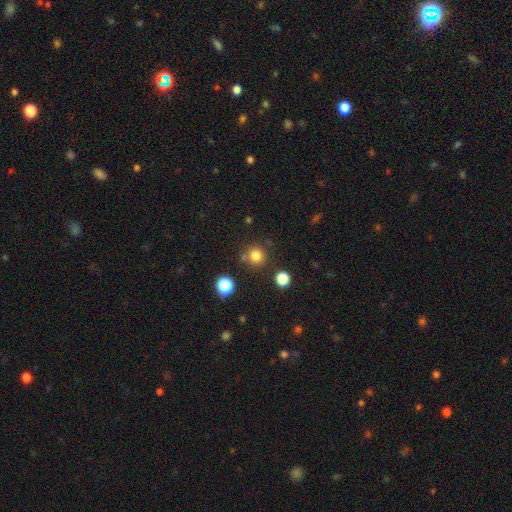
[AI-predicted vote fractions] Smooth or featured? Predicted: smooth (p=0.80). How rounded? Predicted: round (p=0.92). Merging? Predicted: none (p=0.80).